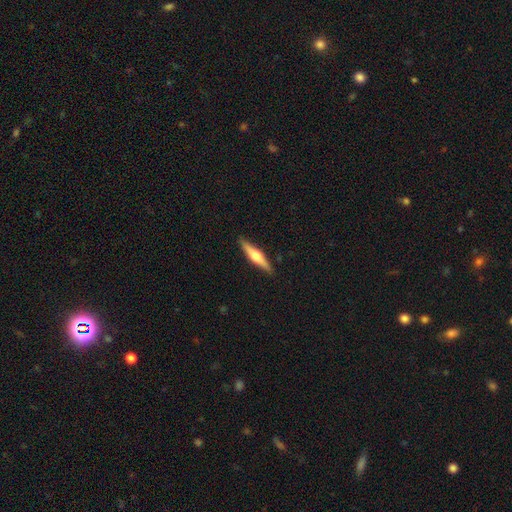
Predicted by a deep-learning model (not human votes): A featured or disk galaxy (61%) viewed edge-on (97%) with a rounded central bulge (92%).

Vote fractions:
- Smooth or featured? featured or disk: 61% / smooth: 34% / star or artifact: 5%
- Edge-on disk? yes: 97% / no: 3%
- Edge-on bulge? rounded: 92% / boxy: 5% / none: 3%
- Merging? none: 91% / minor disturbance: 7% / major disturbance: 1% / merger: 1%